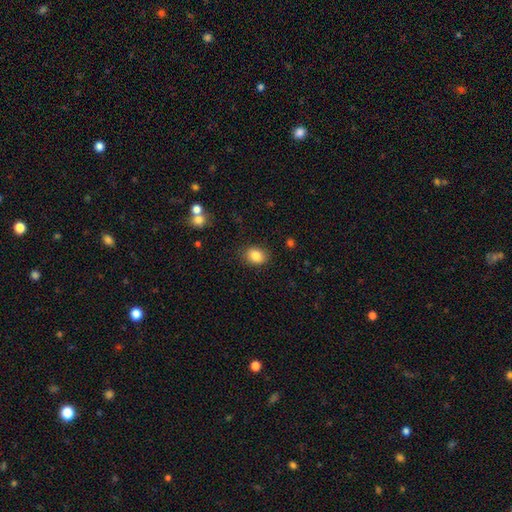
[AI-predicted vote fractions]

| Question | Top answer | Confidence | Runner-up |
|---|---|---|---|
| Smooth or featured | smooth | 85% | star or artifact (9%) |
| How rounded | in between | 55% | round (44%) |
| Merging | none | 85% | minor disturbance (10%) |